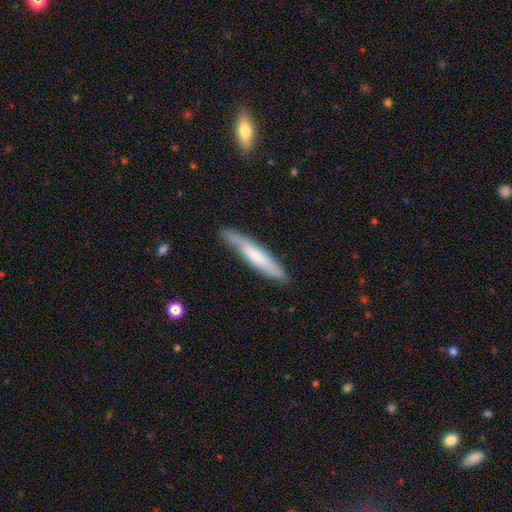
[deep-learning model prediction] This appears to be a smooth galaxy with no disk features (47%). Merging: none (83%).